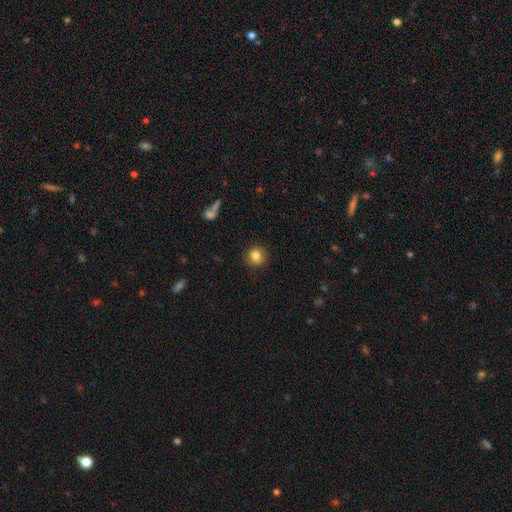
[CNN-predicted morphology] smooth 83%, star or artifact 10%, featured or disk 7%. Down the decision tree: how rounded — round (84%); merging — none (86%).